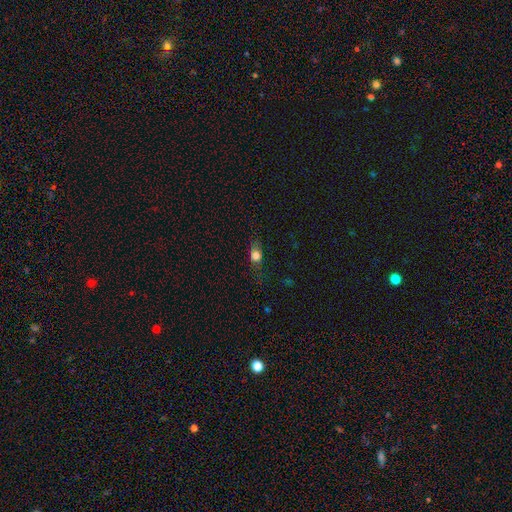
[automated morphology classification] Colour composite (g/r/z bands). It shows a smooth galaxy with no disk features (76%) that is in between round and cigar-shaped (52%). Merging: none (70%).